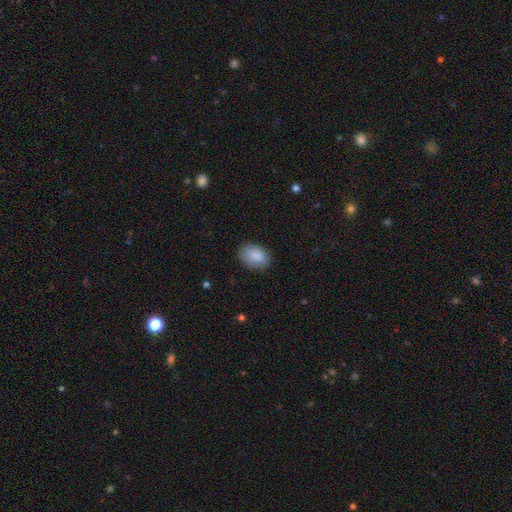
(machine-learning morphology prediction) Smooth or featured? Predicted: smooth (p=0.89). How rounded? Predicted: in between (p=0.81). Merging? Predicted: none (p=0.82).